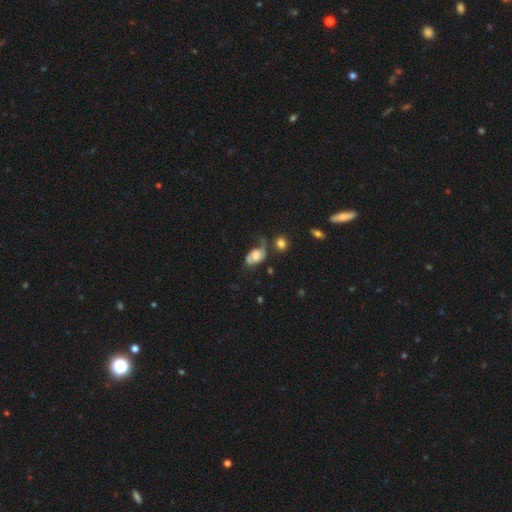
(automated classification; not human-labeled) Morphology: type=smooth (46%); merging=major disturbance (32%).